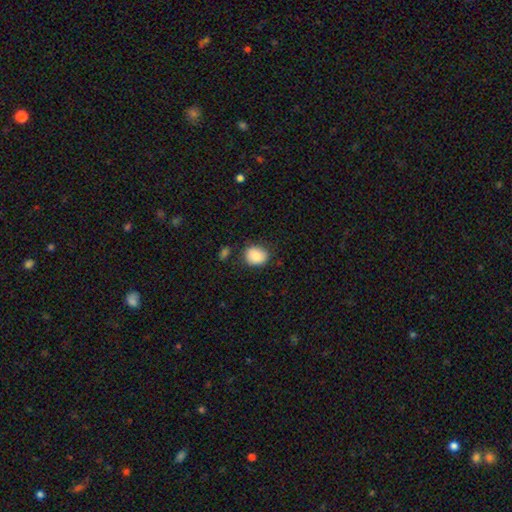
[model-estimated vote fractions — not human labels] This is clearly a smooth galaxy (85%). How rounded: likely round (62%). Merging: likely none (78%).